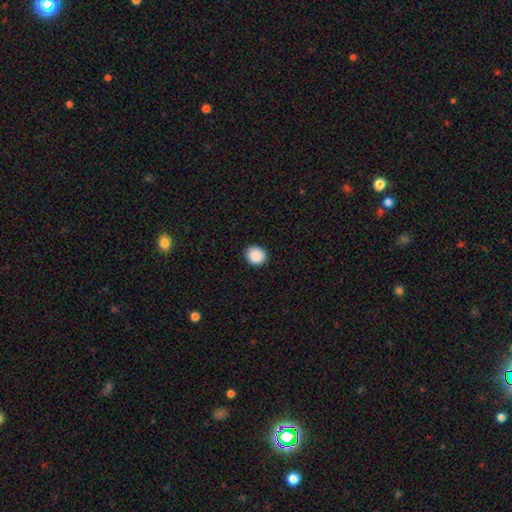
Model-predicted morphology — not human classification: A smooth galaxy with no disk features (90%) that is round (80%).

Vote fractions:
- Smooth or featured? smooth: 90% / star or artifact: 8% / featured or disk: 2%
- How rounded? round: 80% / in between: 19% / cigar-shaped: 1%
- Merging? none: 92% / minor disturbance: 6% / major disturbance: 2% / merger: 1%